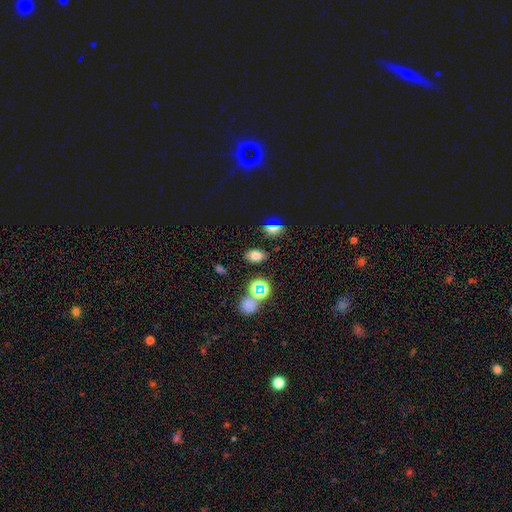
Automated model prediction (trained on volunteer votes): This appears to be a smooth galaxy with no disk features (68%) that is in between round and cigar-shaped (81%). Merging: none (82%).